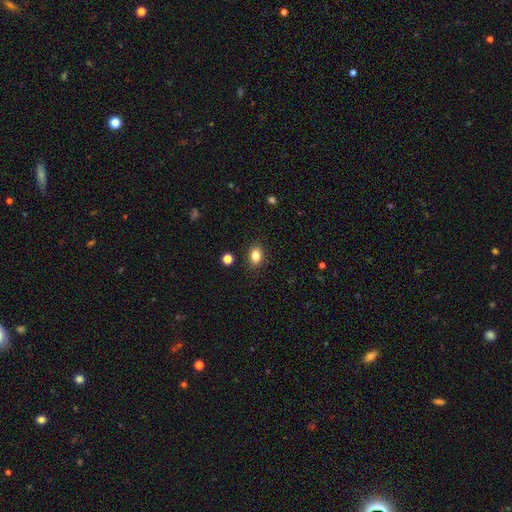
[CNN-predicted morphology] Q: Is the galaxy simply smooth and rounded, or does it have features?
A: smooth — 83%.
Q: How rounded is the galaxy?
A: in between — 73%.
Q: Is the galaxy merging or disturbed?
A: none — 87%.